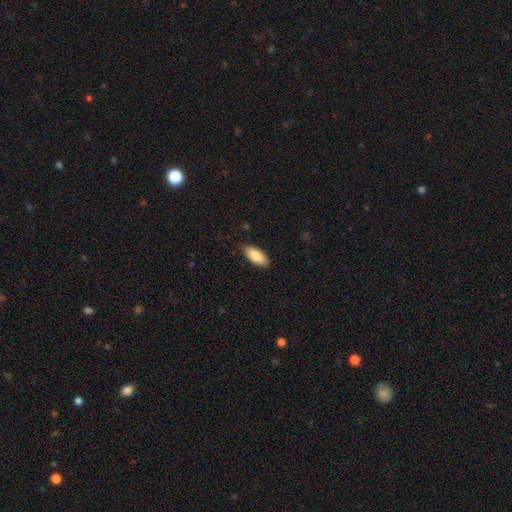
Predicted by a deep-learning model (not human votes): Smooth or featured?
  - smooth: 87% *
  - featured or disk: 7%
  - star or artifact: 6%
How rounded?
  - in between: 90% *
  - cigar-shaped: 8%
  - round: 2%
Merging?
  - none: 85% *
  - minor disturbance: 12%
  - major disturbance: 2%
  - merger: 1%